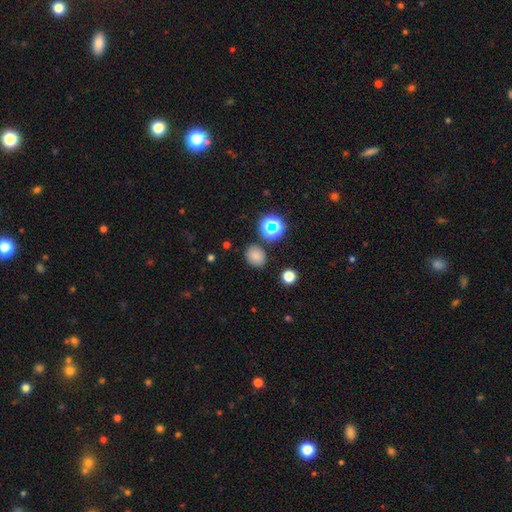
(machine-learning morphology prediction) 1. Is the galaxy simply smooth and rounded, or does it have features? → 76% smooth, 19% star or artifact, 6% featured or disk.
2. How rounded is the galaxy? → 53% round, 46% in between, 1% cigar-shaped.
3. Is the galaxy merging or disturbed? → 82% none, 11% minor disturbance, 4% merger, 3% major disturbance.